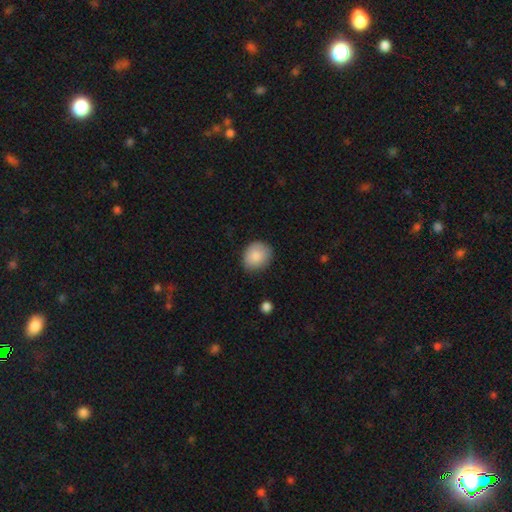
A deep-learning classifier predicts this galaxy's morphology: Overall: smooth (86%). How rounded: round (64%; in between 35%). Merging: none (78%).